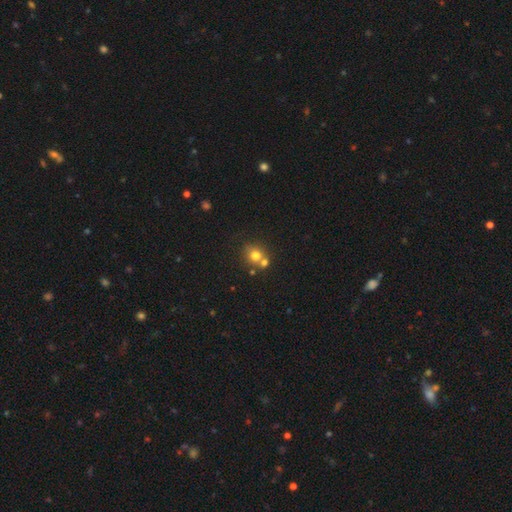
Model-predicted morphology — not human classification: type=smooth (74%); roundness=round (83%); merging=none (52%).